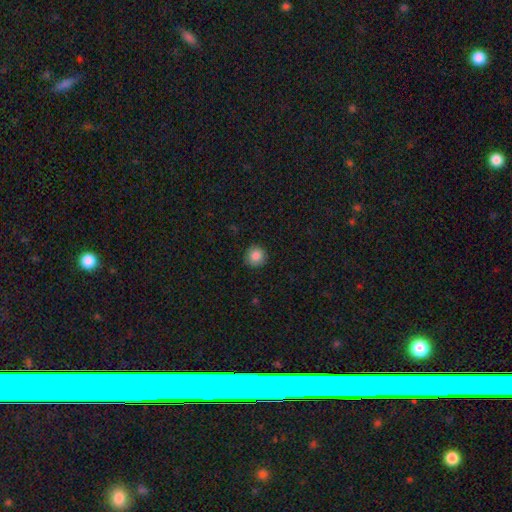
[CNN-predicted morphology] smooth_or_featured: smooth (p=0.86) [alt: star or artifact p=0.09]
how_rounded: round (p=0.94) [alt: in between p=0.06]
merging: none (p=0.90) [alt: minor disturbance p=0.07]